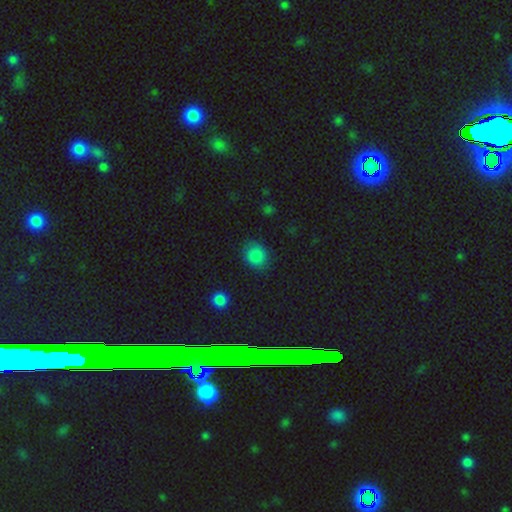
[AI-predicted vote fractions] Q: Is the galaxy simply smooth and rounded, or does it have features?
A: smooth — 85%.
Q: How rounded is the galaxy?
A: round — 73%.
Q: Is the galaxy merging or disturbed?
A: none — 82%.